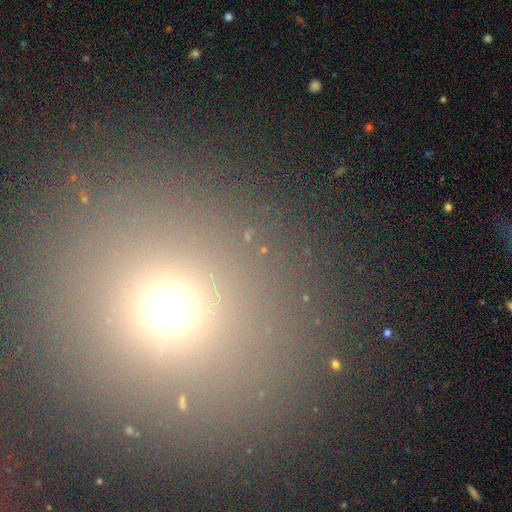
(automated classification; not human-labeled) Overall: smooth (58%; star or artifact 34%). How rounded: round (89%). Merging: none (87%).